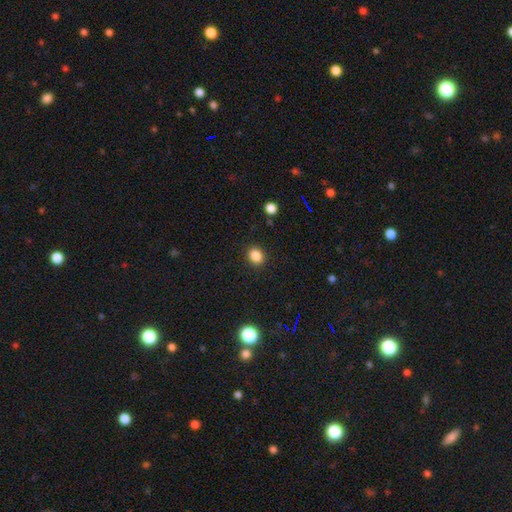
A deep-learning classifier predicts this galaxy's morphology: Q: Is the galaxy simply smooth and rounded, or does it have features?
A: smooth — 85%.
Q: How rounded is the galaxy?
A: round — 61%.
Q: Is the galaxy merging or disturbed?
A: none — 90%.